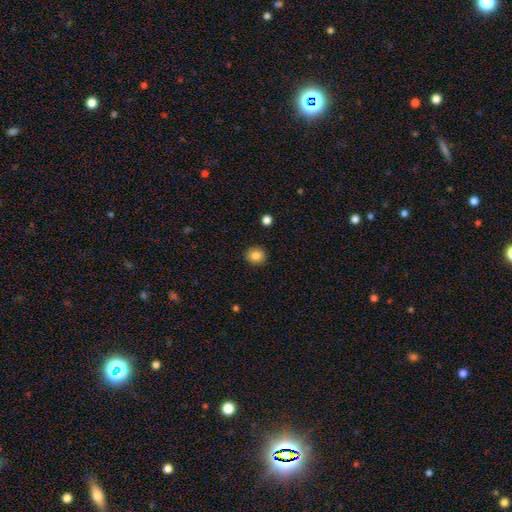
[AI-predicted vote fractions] The model was most divided on "how rounded": round: 82%, in between: 17%, cigar-shaped: 1%. More confident: merging — none (90%); smooth or featured — smooth (84%).